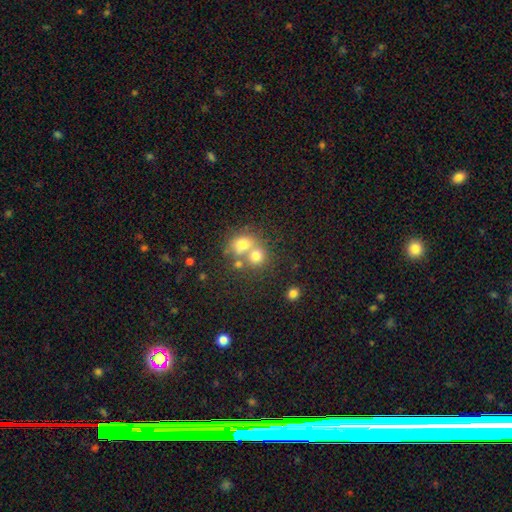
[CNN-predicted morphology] A smooth galaxy with no disk features (71%) that is round (75%). Merging: merger (54%).